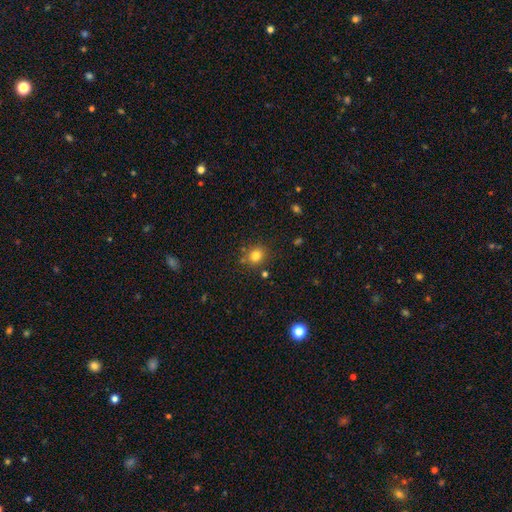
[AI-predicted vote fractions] Q: Smooth or featured?
A: smooth (80%); runner-up: star or artifact (13%)
Q: How rounded?
A: round (76%); runner-up: in between (23%)
Q: Merging?
A: none (79%); runner-up: minor disturbance (11%)